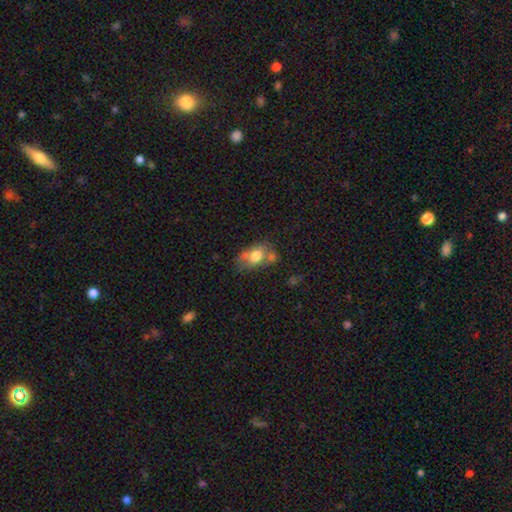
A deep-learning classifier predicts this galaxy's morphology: Smooth or featured? Predicted: smooth (p=0.68). How rounded? Predicted: in between (p=0.78). Merging? Predicted: none (p=0.42).